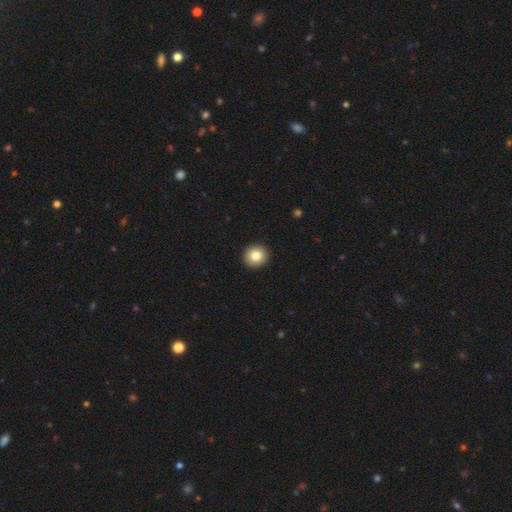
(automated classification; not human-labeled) smooth_or_featured: smooth (p=0.82) [alt: star or artifact p=0.09]
how_rounded: round (p=0.93) [alt: in between p=0.07]
merging: none (p=0.93) [alt: minor disturbance p=0.04]